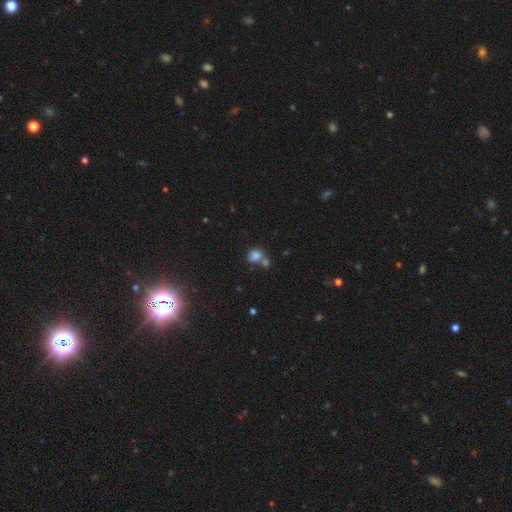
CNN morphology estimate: Smooth or featured? smooth (79%)
How rounded? round (68%)
Merging? none (42%)